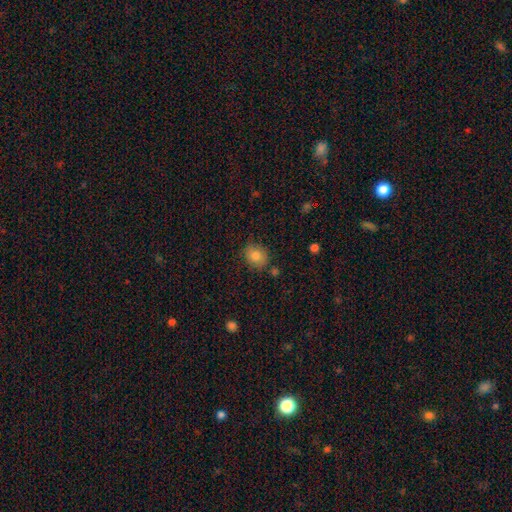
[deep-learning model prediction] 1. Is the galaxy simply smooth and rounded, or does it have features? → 81% smooth, 10% star or artifact, 9% featured or disk.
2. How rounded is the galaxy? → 63% round, 36% in between, 1% cigar-shaped.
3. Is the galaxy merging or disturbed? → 80% none, 13% minor disturbance, 4% merger, 3% major disturbance.